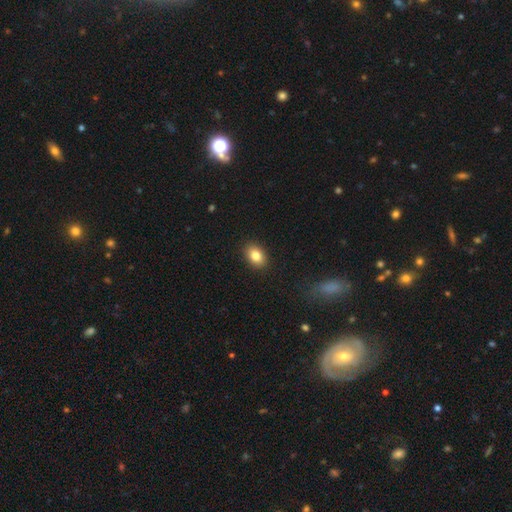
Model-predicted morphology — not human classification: Smooth or featured: smooth — 83% (star or artifact — 9%)
How rounded: in between — 81% (round — 18%)
Merging: none — 89% (minor disturbance — 8%)